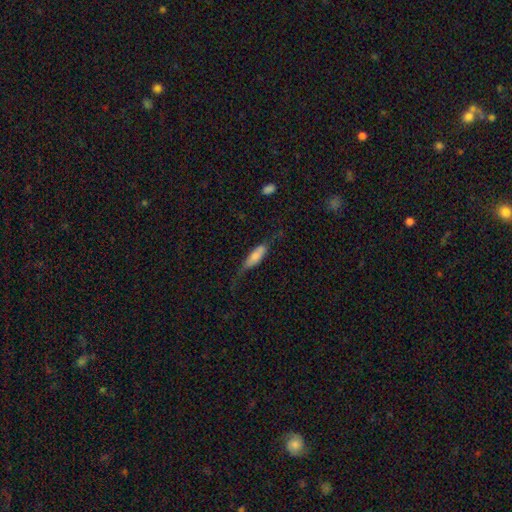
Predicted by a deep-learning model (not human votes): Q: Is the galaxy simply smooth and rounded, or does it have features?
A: smooth — 65%.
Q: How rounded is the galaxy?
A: in between — 53%.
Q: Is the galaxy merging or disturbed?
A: none — 41%.